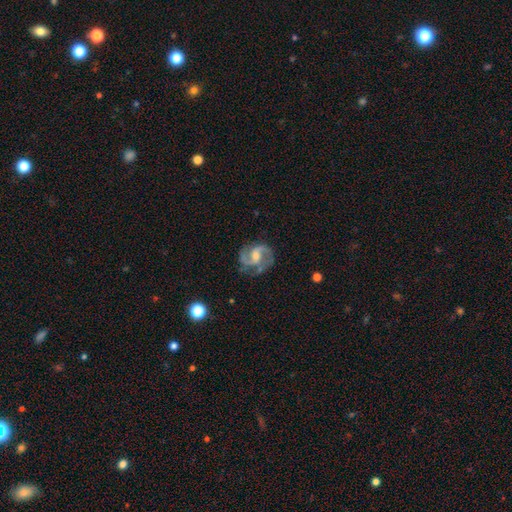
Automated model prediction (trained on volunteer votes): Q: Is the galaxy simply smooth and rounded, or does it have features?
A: featured or disk — 89%.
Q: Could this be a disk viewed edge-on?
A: no — 98%.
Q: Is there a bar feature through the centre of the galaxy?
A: weak — 51%.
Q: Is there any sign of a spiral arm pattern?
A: yes — 97%.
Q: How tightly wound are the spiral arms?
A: medium — 59%.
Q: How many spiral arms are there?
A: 2 — 84%.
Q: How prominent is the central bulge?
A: moderate — 52%.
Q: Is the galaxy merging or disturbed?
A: none — 74%.